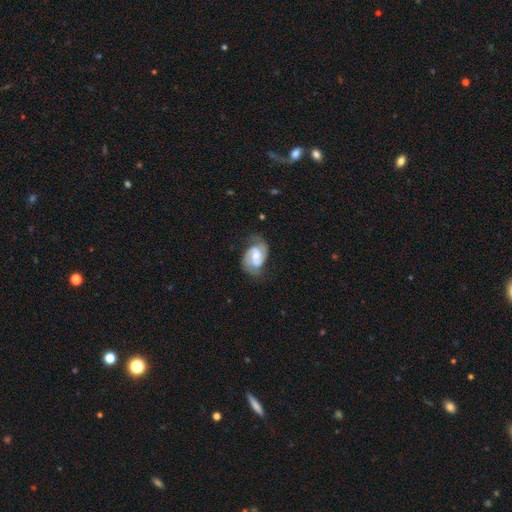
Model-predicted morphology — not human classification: A featured or disk galaxy (79%) with a weak bar (49%), 2 (86%) medium (48%) spiral arms (94%) and a moderate central bulge (48%).

Vote fractions:
- Smooth or featured? featured or disk: 79% / smooth: 15% / star or artifact: 6%
- Edge-on disk? no: 98% / yes: 2%
- Bar? weak: 49% / no: 38% / strong: 14%
- Spiral arms? yes: 94% / no: 6%
- Spiral winding? medium: 48% / tight: 34% / loose: 18%
- Spiral arm count? 2: 86% / can't tell: 7% / 1: 3% / 3: 2% / 4: 1% / more than 4: 1%
- Bulge size? moderate: 48% / small: 31% / large: 11% / none: 8% / dominant: 2%
- Merging? none: 63% / minor disturbance: 23% / major disturbance: 11% / merger: 2%